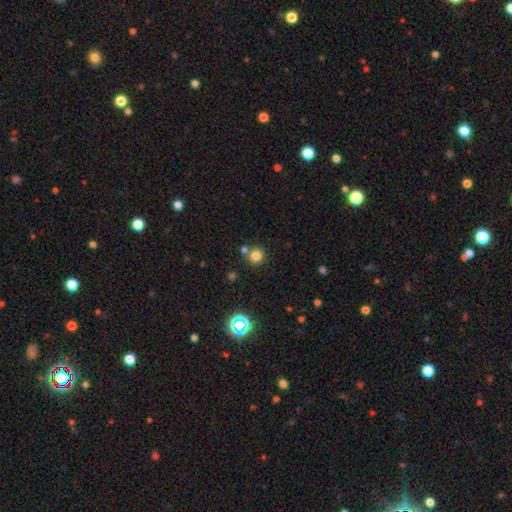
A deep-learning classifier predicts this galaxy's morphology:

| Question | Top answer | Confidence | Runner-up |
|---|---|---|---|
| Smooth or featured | smooth | 79% | star or artifact (15%) |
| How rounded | round | 92% | in between (7%) |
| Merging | none | 72% | merger (17%) |